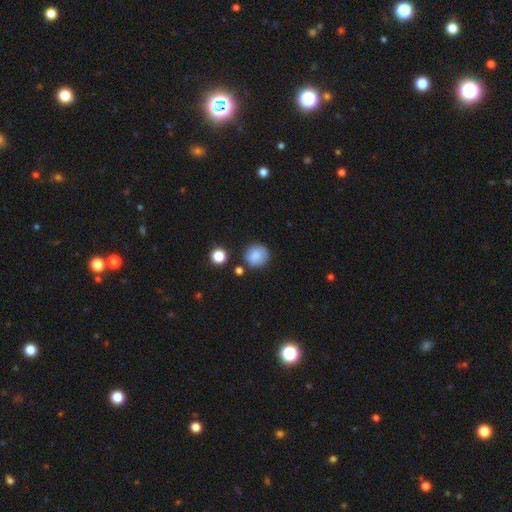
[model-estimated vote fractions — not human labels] smooth_or_featured: smooth (p=0.85) [alt: star or artifact p=0.09]
how_rounded: round (p=0.92) [alt: in between p=0.07]
merging: none (p=0.82) [alt: minor disturbance p=0.10]